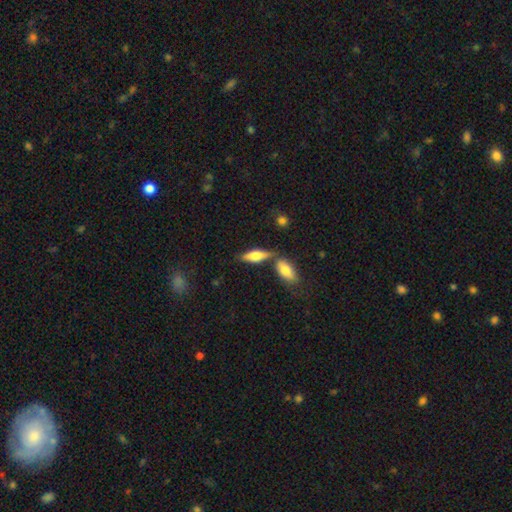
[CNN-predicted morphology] Smooth or featured? Predicted: smooth (p=0.55). How rounded? Predicted: in between (p=0.59). Merging? Predicted: none (p=0.59).